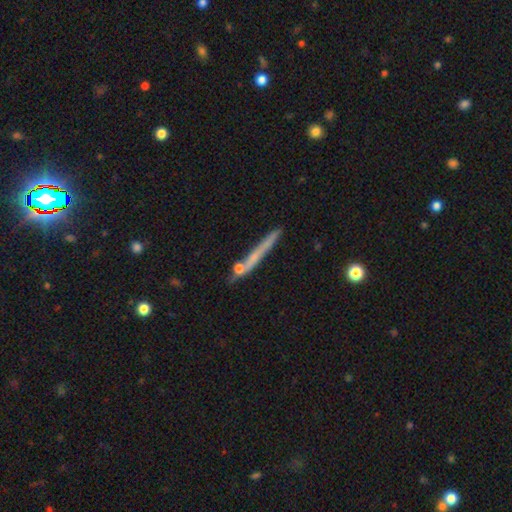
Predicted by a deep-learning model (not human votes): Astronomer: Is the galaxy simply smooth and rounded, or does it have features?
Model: smooth — 51% (runner-up: featured or disk, 41%).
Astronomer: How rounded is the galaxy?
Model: cigar-shaped — 95%.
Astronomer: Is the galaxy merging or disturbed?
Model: none — 77%.